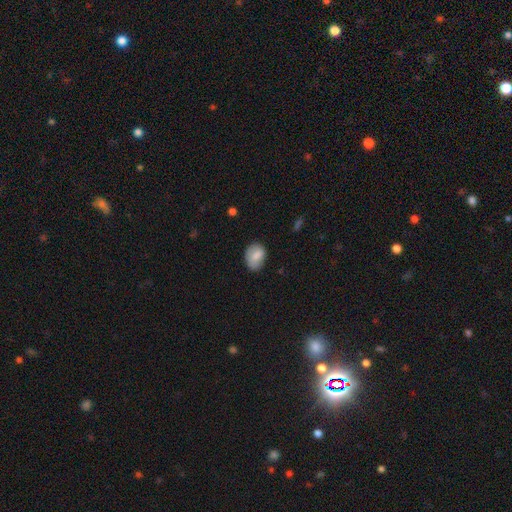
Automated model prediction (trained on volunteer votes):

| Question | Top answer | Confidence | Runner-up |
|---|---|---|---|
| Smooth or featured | smooth | 82% | featured or disk (11%) |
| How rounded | in between | 73% | round (25%) |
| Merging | none | 66% | minor disturbance (27%) |